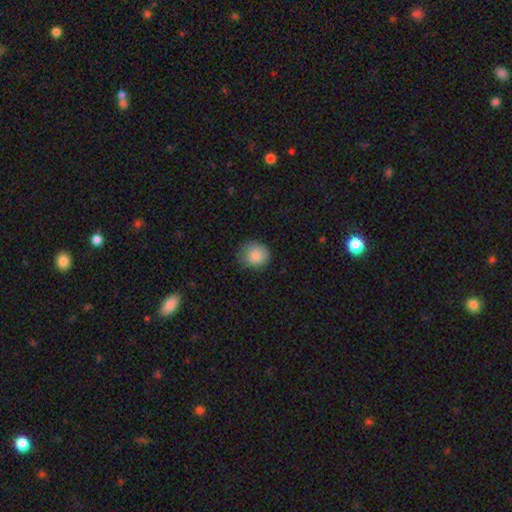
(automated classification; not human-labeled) This appears to be a smooth galaxy with no disk features (86%) that is round (78%). Merging: none (68%).